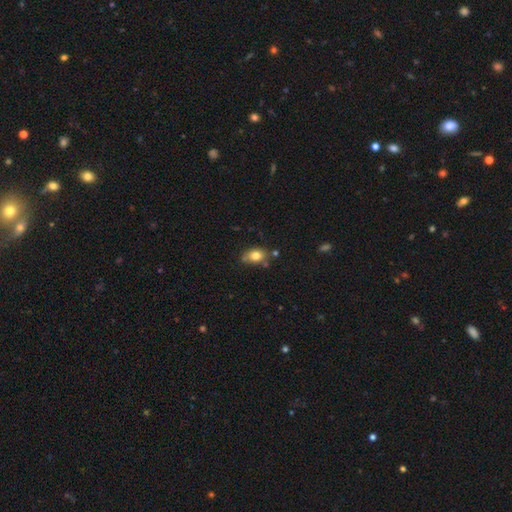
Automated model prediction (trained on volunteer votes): Morphology: type=smooth (79%); roundness=in between (77%); merging=none (64%).